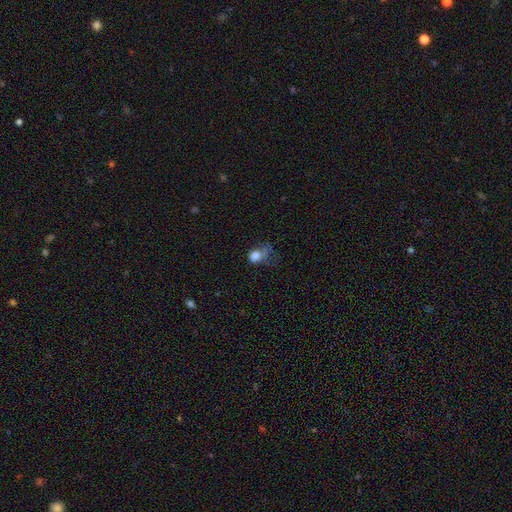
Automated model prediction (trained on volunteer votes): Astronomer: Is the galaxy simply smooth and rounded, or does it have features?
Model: smooth — 71%.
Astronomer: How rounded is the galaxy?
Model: in between — 53% (runner-up: round, 45%).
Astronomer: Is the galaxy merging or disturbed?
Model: major disturbance — 48%.